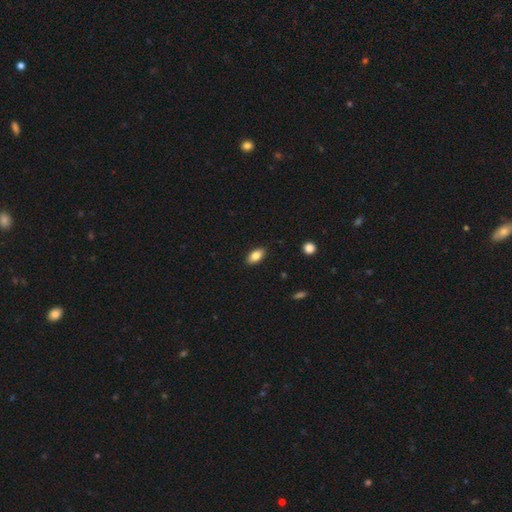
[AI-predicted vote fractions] Morphology: type=smooth (82%); roundness=in between (91%); merging=none (88%).